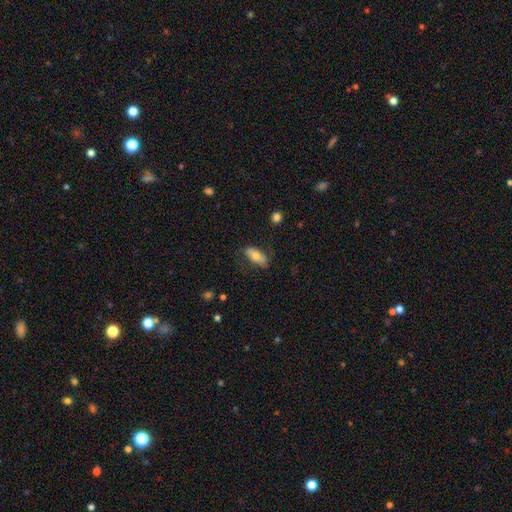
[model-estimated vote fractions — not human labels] Q: Smooth or featured?
A: smooth (68%); runner-up: featured or disk (25%)
Q: How rounded?
A: in between (84%); runner-up: cigar-shaped (13%)
Q: Merging?
A: none (70%); runner-up: minor disturbance (21%)